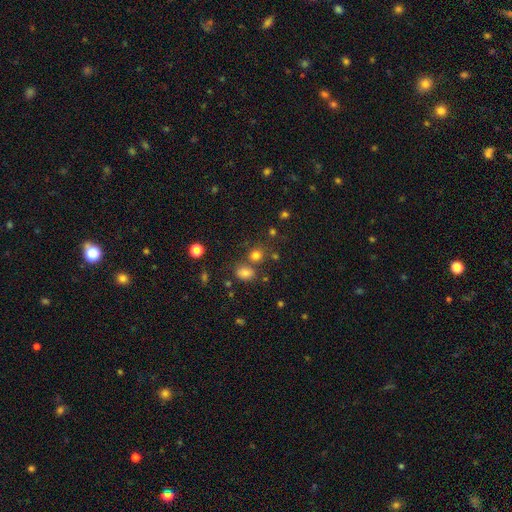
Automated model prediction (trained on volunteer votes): Overall: smooth (74%). How rounded: round (71%). Merging: none (67%).